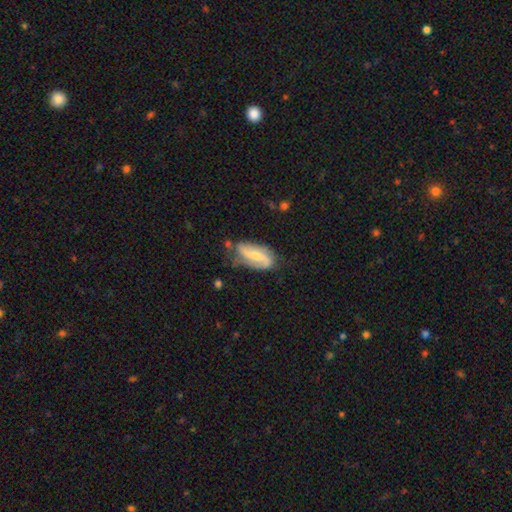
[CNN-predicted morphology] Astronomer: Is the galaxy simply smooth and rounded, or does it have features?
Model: featured or disk — 71%.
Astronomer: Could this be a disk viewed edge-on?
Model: no — 92%.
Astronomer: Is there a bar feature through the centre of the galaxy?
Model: weak — 35% (runner-up: no, 34%).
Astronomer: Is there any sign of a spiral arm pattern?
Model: yes — 91%.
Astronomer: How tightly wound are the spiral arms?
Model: loose — 60%.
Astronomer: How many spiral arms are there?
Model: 2 — 86%.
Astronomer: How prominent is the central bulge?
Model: small — 56% (runner-up: moderate, 36%).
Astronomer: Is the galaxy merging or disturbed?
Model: none — 61%.